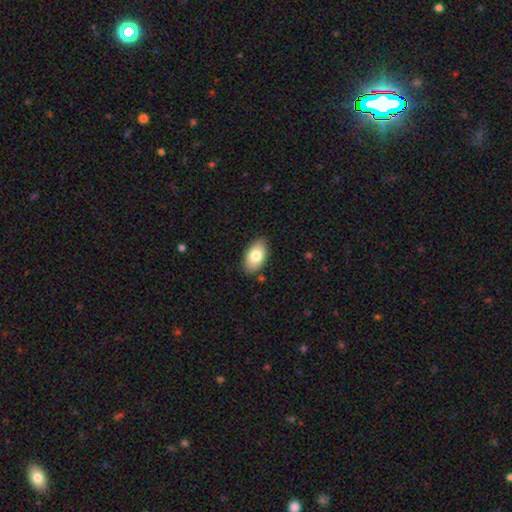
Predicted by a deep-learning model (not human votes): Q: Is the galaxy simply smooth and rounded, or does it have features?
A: smooth — 78%.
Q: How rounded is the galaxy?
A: in between — 93%.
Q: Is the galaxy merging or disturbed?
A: none — 85%.